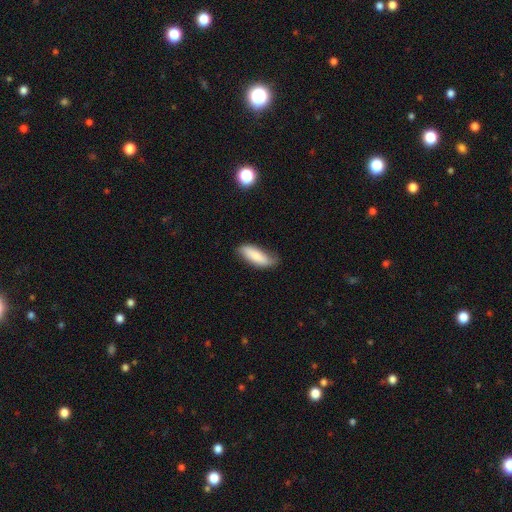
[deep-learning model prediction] The model was most divided on "merging": none: 61%, minor disturbance: 30%, major disturbance: 7%, merger: 2%. More confident: smooth or featured — smooth (78%); how rounded — in between (68%).